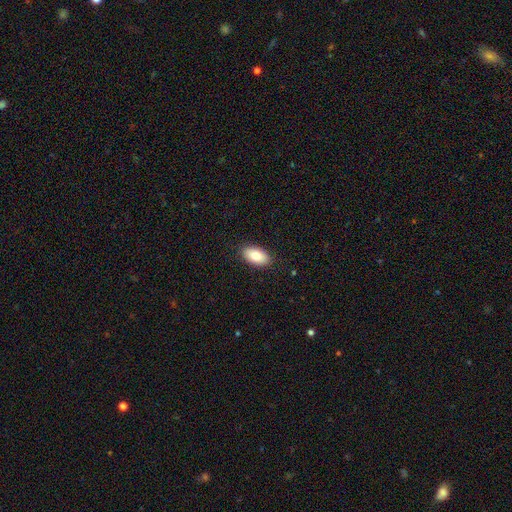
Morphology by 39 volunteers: This appears to be a smooth galaxy with no disk features (79%) that is in between round and cigar-shaped (100%). Merging: none (92%).